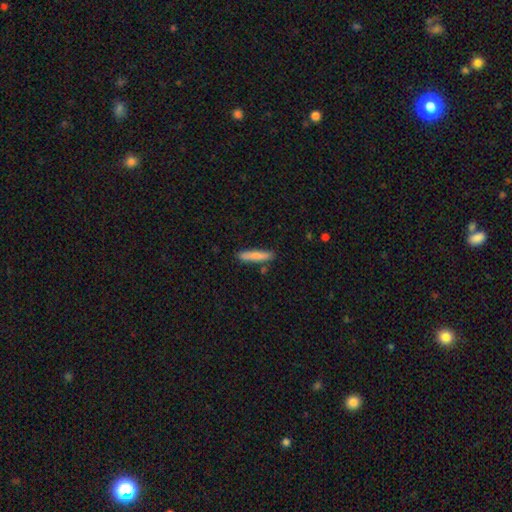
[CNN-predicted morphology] Smooth or featured: smooth — 80% (featured or disk — 15%)
How rounded: cigar-shaped — 89% (in between — 10%)
Merging: none — 84% (minor disturbance — 10%)